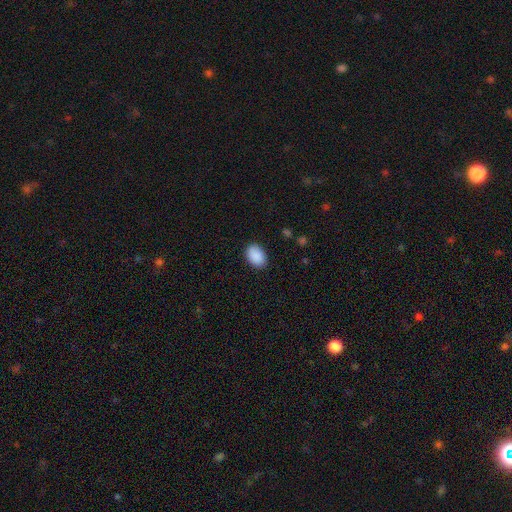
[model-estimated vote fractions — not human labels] Smooth or featured? smooth (91%)
How rounded? in between (84%)
Merging? none (88%)